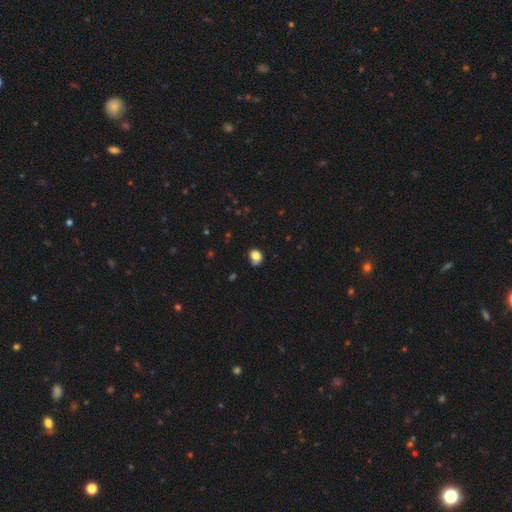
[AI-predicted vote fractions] Morphology: type=smooth (80%); roundness=round (52%); merging=none (61%).